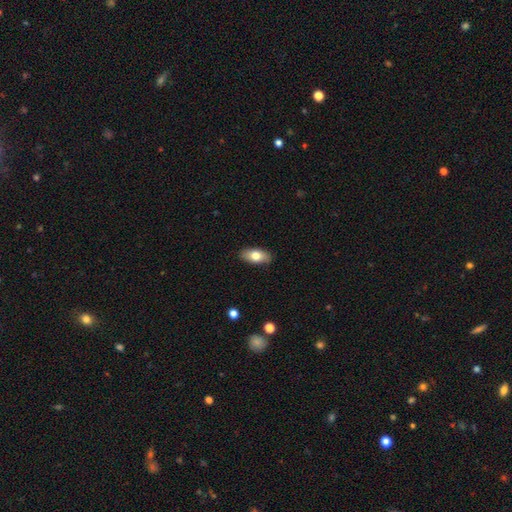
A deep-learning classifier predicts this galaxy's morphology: smooth 74%, featured or disk 19%, star or artifact 7%. Down the decision tree: how rounded — in between (88%); merging — none (88%).